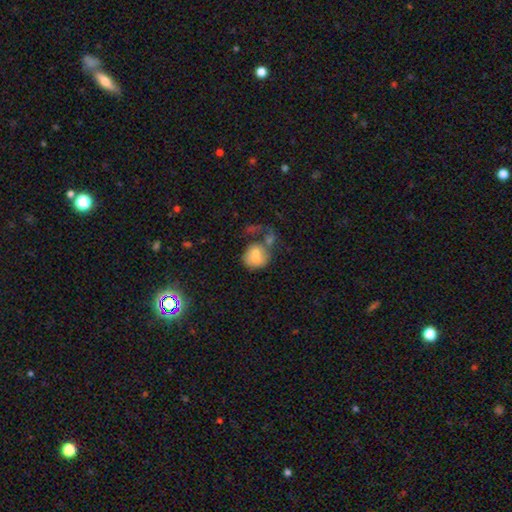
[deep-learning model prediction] Smooth or featured: smooth — 70% (featured or disk — 22%)
How rounded: round — 66% (in between — 33%)
Merging: merger — 39% (none — 26%)